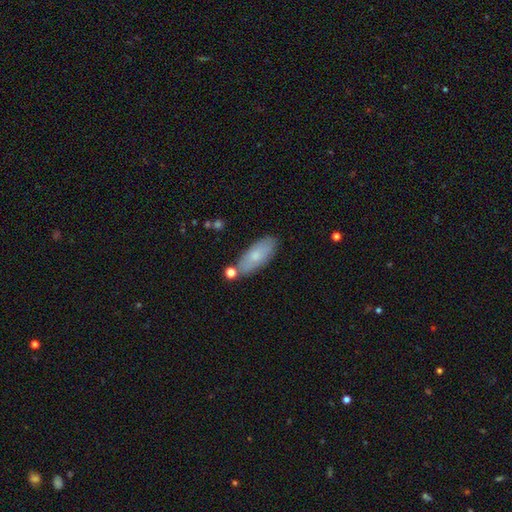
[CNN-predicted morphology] type=smooth (72%); roundness=in between (78%); merging=none (76%).